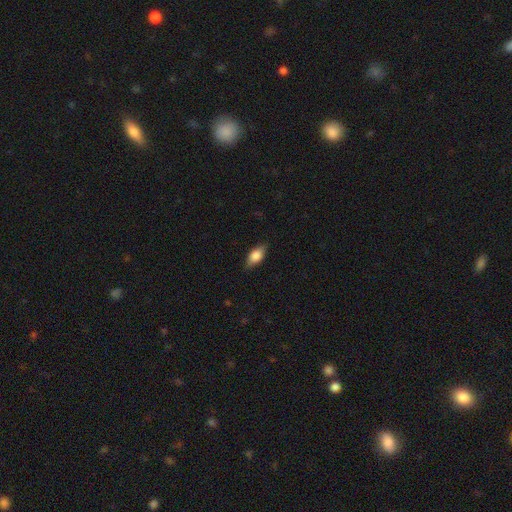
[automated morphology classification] The model was most divided on "smooth or featured": smooth: 76%, featured or disk: 17%, star or artifact: 7%. More confident: how rounded — in between (85%); merging — none (83%).